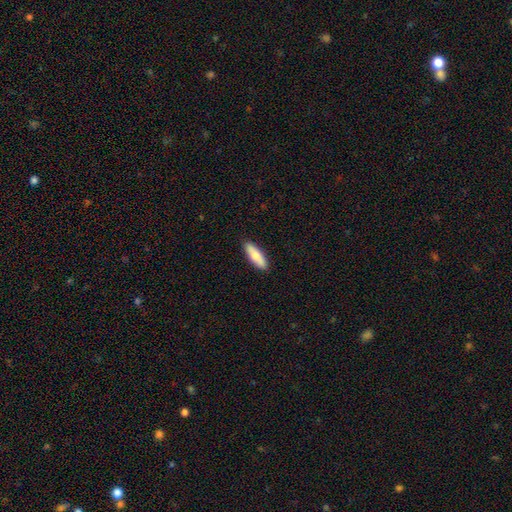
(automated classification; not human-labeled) A smooth galaxy with no disk features (75%) that is in between round and cigar-shaped (51%).

Vote fractions:
- Smooth or featured? smooth: 75% / featured or disk: 20% / star or artifact: 5%
- How rounded? in between: 51% / cigar-shaped: 47% / round: 2%
- Merging? none: 89% / minor disturbance: 8% / major disturbance: 2% / merger: 1%